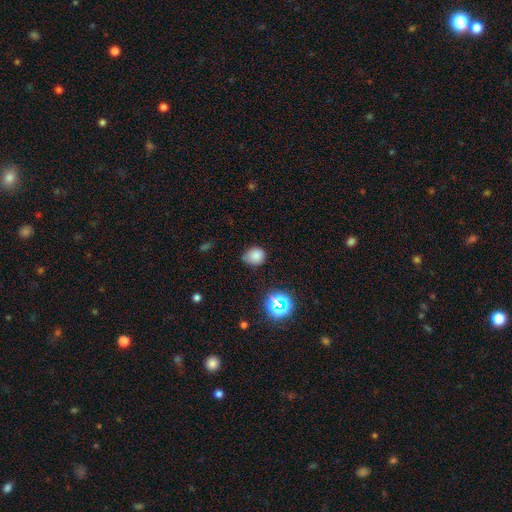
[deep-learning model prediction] smooth-or-featured: smooth: 77% | star or artifact: 16% | featured or disk: 7%
  how-rounded: round: 60% | in between: 39% | cigar-shaped: 1%
  merging: none: 61% | minor disturbance: 30% | major disturbance: 7% | merger: 3%